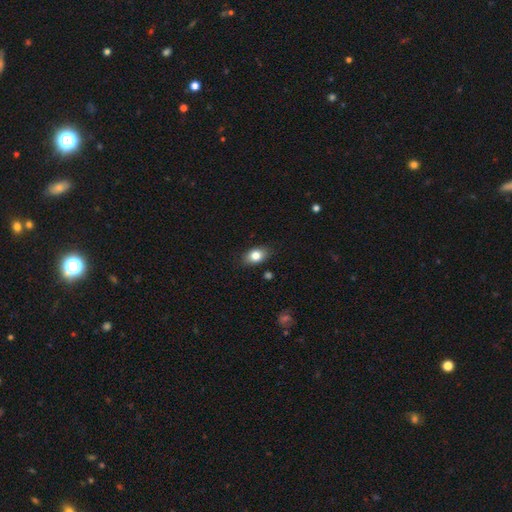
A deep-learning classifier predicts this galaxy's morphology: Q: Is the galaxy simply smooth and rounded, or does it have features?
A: smooth — 81%.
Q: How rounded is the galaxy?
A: in between — 82%.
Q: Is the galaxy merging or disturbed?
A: none — 86%.